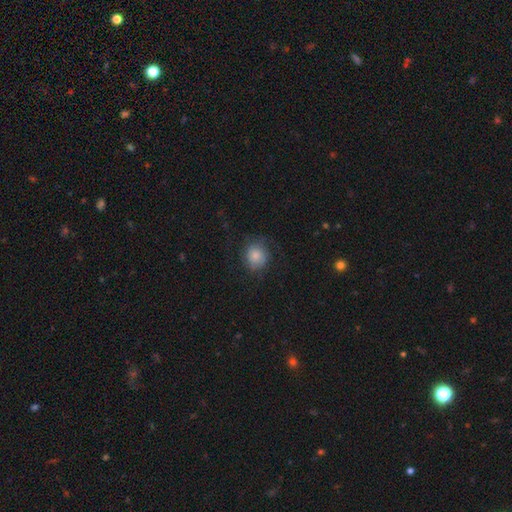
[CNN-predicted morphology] Smooth or featured: smooth — 76% (featured or disk — 16%)
How rounded: round — 83% (in between — 16%)
Merging: none — 69% (minor disturbance — 19%)